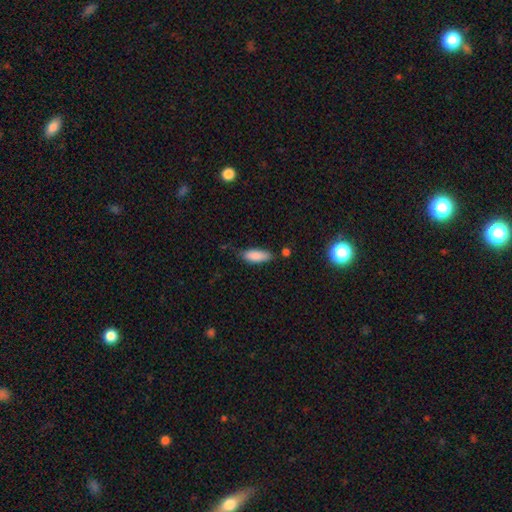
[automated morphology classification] This is clearly a smooth galaxy (87%). How rounded: likely in between (72%). Merging: likely none (64%).